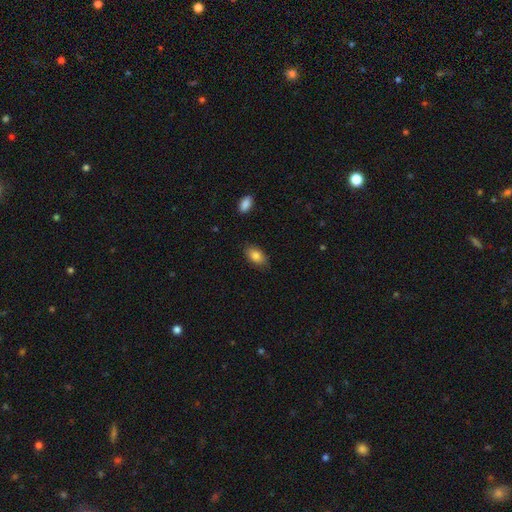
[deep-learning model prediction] This is clearly a smooth galaxy (84%). How rounded: clearly in between (91%). Merging: clearly none (83%).